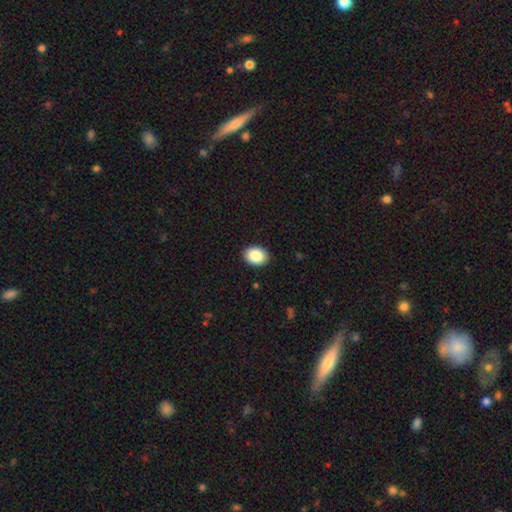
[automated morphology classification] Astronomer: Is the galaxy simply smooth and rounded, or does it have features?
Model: smooth — 89%.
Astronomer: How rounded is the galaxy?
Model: in between — 69%.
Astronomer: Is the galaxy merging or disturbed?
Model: none — 90%.